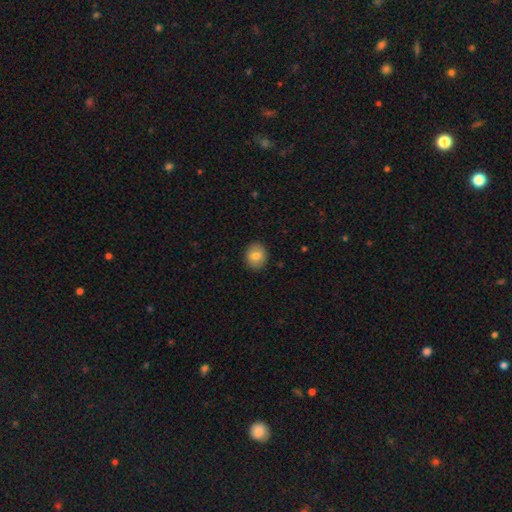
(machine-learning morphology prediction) Overall: smooth (79%). How rounded: round (73%). Merging: none (89%).